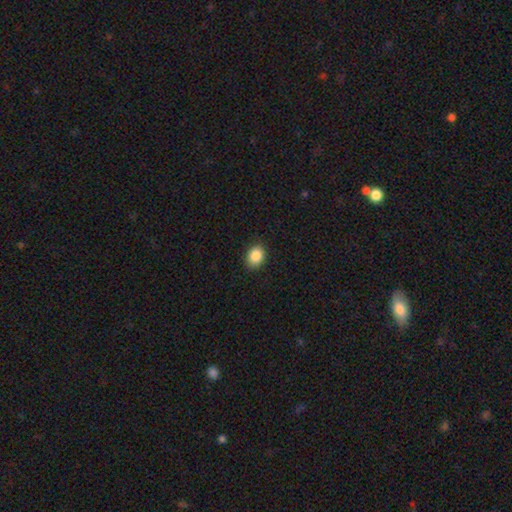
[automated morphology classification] The model was most divided on "how rounded": in between: 64%, round: 35%, cigar-shaped: 1%. More confident: merging — none (88%); smooth or featured — smooth (87%).